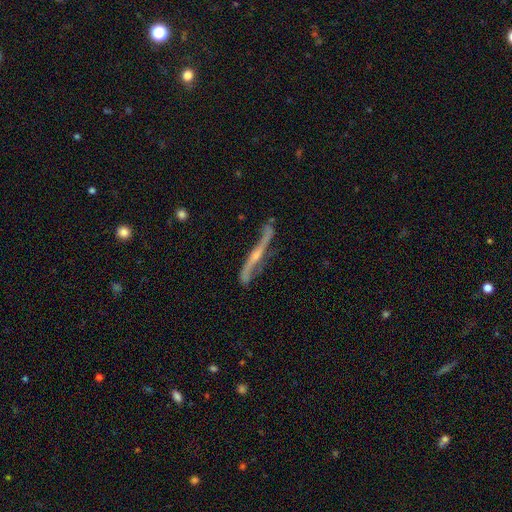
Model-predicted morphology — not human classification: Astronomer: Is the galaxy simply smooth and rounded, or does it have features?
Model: featured or disk — 83%.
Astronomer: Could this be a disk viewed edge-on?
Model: yes — 70%.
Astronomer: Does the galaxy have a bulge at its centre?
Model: rounded — 71%.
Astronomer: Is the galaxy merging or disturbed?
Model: none — 66%.